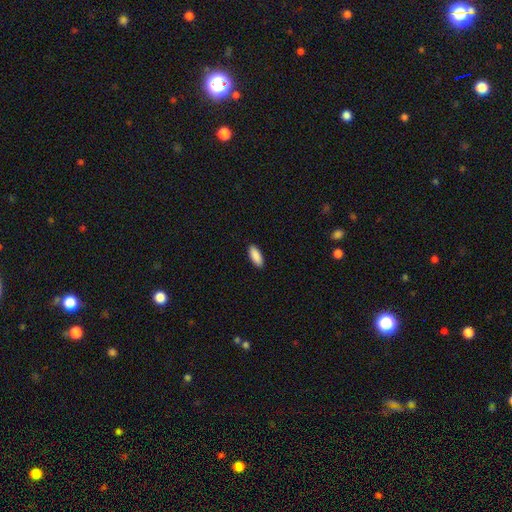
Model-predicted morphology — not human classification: A smooth galaxy with no disk features (91%) that is in between round and cigar-shaped (80%).

Vote fractions:
- Smooth or featured? smooth: 91% / star or artifact: 6% / featured or disk: 4%
- How rounded? in between: 80% / cigar-shaped: 18% / round: 2%
- Merging? none: 90% / minor disturbance: 7% / major disturbance: 2% / merger: 1%